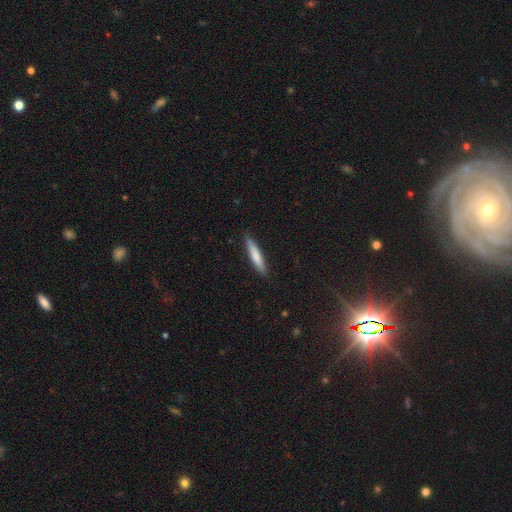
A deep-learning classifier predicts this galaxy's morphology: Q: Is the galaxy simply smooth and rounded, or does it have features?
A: smooth — 73%.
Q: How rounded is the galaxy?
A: cigar-shaped — 89%.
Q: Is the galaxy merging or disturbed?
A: none — 87%.